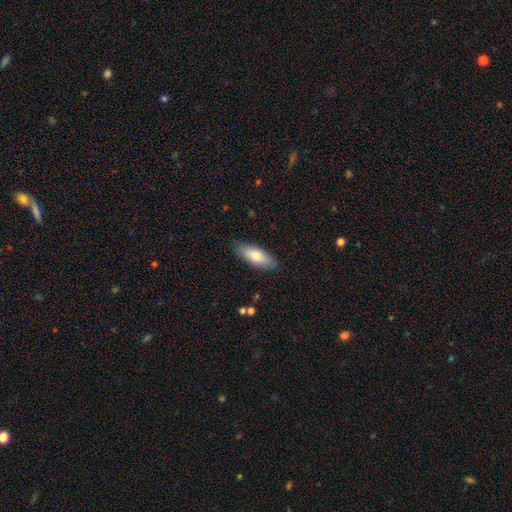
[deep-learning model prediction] This is likely a smooth galaxy (76%). How rounded: likely in between (75%). Merging: clearly none (85%).